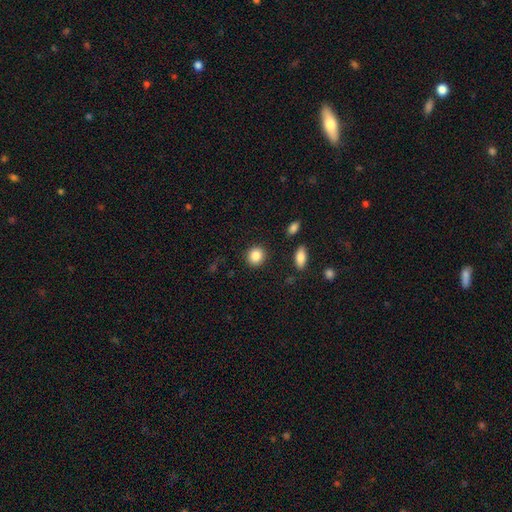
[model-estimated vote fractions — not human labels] Smooth or featured? smooth (86%)
How rounded? round (83%)
Merging? none (90%)